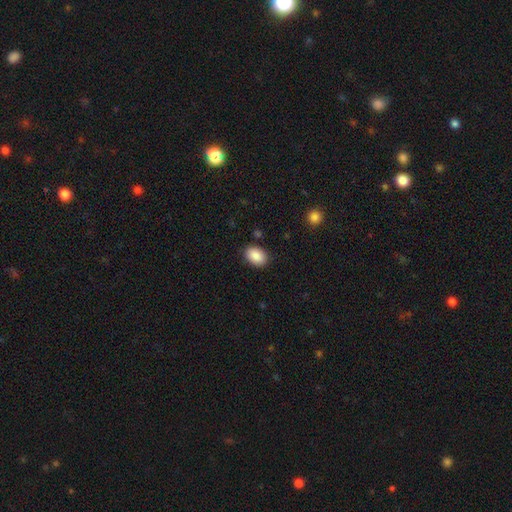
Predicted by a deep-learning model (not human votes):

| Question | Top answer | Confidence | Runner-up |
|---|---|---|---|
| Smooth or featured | smooth | 89% | star or artifact (7%) |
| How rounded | in between | 85% | round (14%) |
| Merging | none | 87% | minor disturbance (9%) |